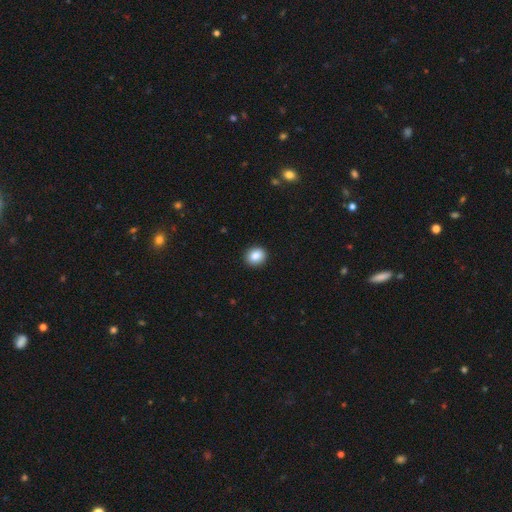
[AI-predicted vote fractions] A smooth galaxy with no disk features (87%) that is round (73%).

Vote fractions:
- Smooth or featured? smooth: 87% / star or artifact: 9% / featured or disk: 4%
- How rounded? round: 73% / in between: 26% / cigar-shaped: 1%
- Merging? none: 91% / minor disturbance: 6% / major disturbance: 2% / merger: 1%